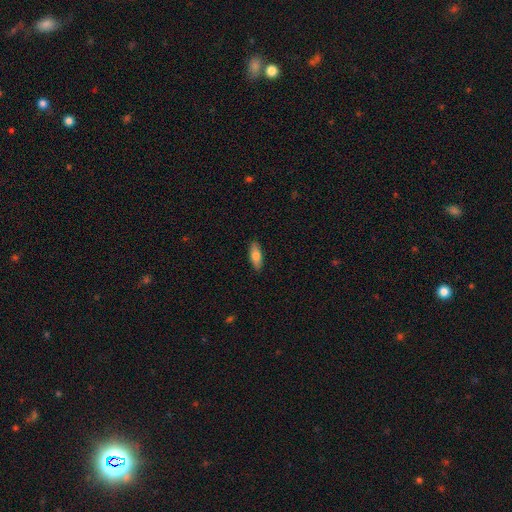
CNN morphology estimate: type=smooth (78%); roundness=in between (72%); merging=none (89%).